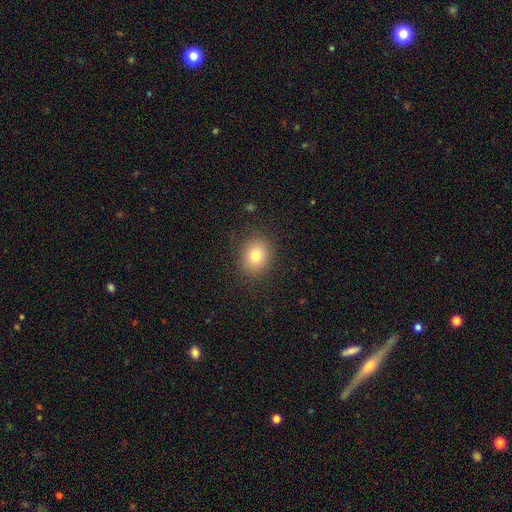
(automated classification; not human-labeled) smooth_or_featured: smooth (p=0.78) [alt: star or artifact p=0.12]
how_rounded: round (p=0.68) [alt: in between p=0.31]
merging: none (p=0.87) [alt: minor disturbance p=0.09]